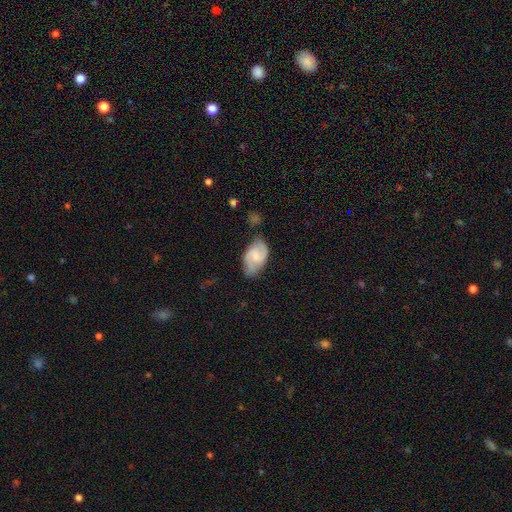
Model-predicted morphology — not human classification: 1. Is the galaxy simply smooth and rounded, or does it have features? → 71% featured or disk, 23% smooth, 6% star or artifact.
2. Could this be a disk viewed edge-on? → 97% no, 3% yes.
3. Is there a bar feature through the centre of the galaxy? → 52% weak, 37% no, 11% strong.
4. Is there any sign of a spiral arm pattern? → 94% yes, 6% no.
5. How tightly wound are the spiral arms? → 52% medium, 28% tight, 20% loose.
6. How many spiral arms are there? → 86% 2, 7% can't tell, 3% 3, 2% 1, 1% 4, 1% more than 4.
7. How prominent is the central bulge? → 51% small, 32% moderate, 13% none, 3% large, 1% dominant.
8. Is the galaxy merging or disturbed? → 65% none, 24% minor disturbance, 7% major disturbance, 4% merger.